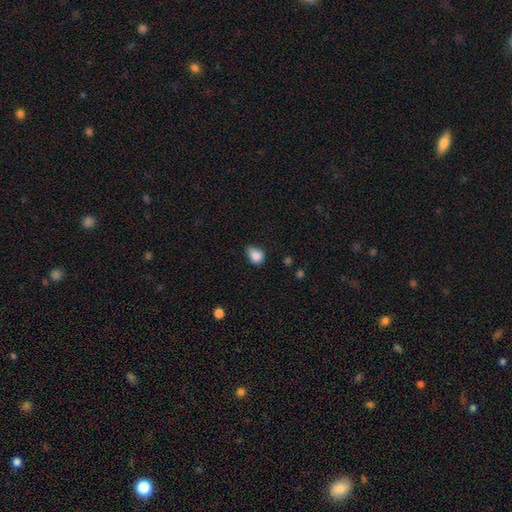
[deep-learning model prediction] smooth-or-featured: smooth: 85% | star or artifact: 9% | featured or disk: 5%
  how-rounded: in between: 56% | round: 43% | cigar-shaped: 1%
  merging: none: 45% | minor disturbance: 44% | major disturbance: 9% | merger: 3%